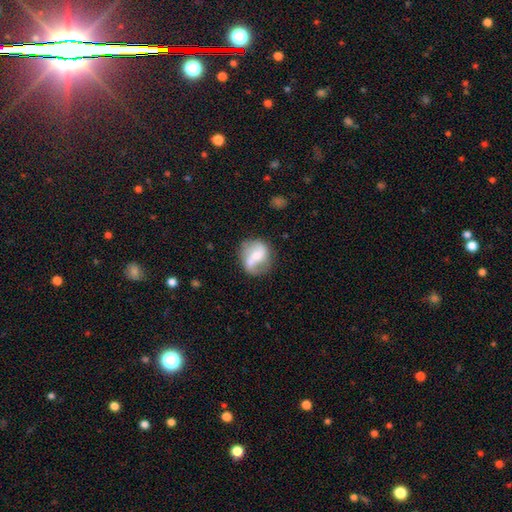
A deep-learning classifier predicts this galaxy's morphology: smooth-or-featured: featured or disk: 57% | smooth: 36% | star or artifact: 7%
  disk-edge-on: no: 97% | yes: 3%
    bar: weak: 38% | no: 37% | strong: 25%
    has-spiral-arms: yes: 74% | no: 26%
    bulge-size: moderate: 39% | small: 33% | none: 14% | large: 11% | dominant: 3%
  merging: none: 58% | minor disturbance: 22% | major disturbance: 12% | merger: 8%